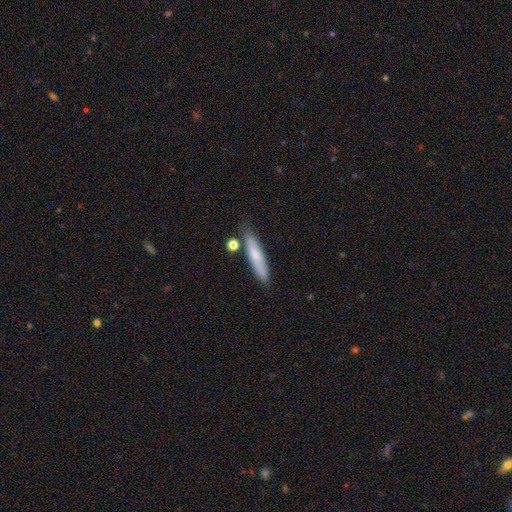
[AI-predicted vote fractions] Q: Smooth or featured?
A: smooth (68%); runner-up: featured or disk (25%)
Q: How rounded?
A: cigar-shaped (88%); runner-up: in between (11%)
Q: Merging?
A: none (76%); runner-up: minor disturbance (15%)